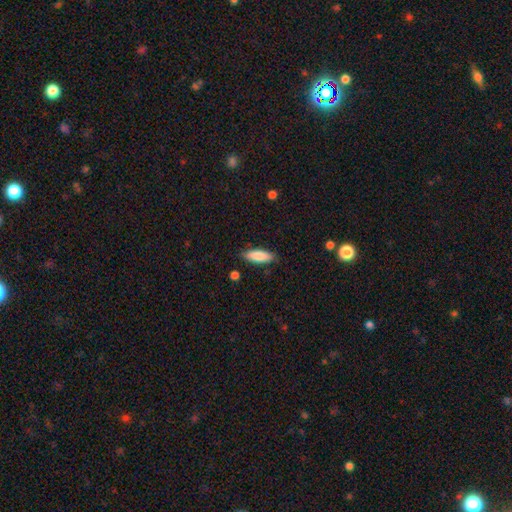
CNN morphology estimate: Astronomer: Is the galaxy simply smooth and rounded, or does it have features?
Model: smooth — 85%.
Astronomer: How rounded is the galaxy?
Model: in between — 63%.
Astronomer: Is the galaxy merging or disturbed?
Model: none — 85%.